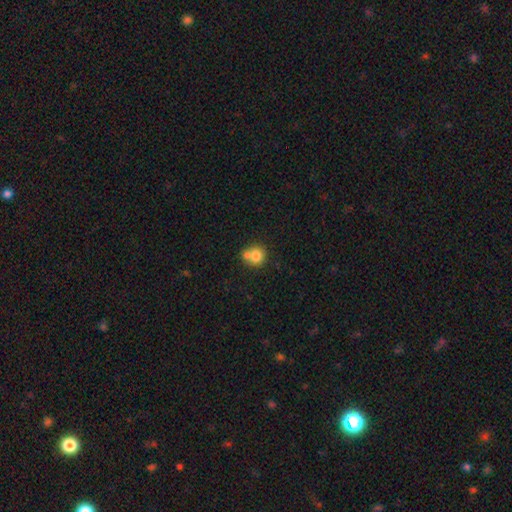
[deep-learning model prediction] A smooth galaxy with no disk features (76%) that is round (83%). Merging: none (44%).